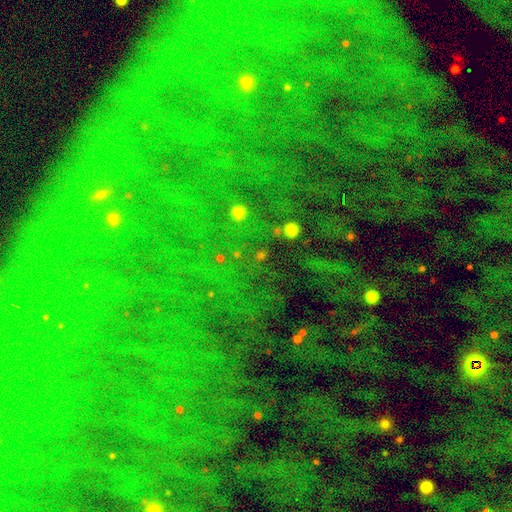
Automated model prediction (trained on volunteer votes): A star or artifact, not a galaxy (85%).

Vote fractions:
- Smooth or featured? star or artifact: 85% / featured or disk: 8% / smooth: 8%